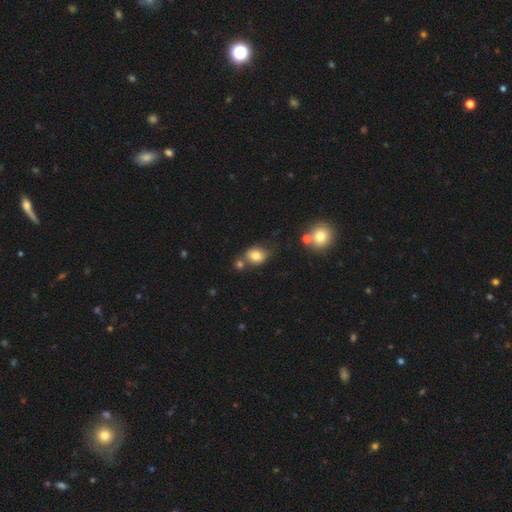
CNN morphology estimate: Smooth or featured?
  - smooth: 79% *
  - star or artifact: 11%
  - featured or disk: 10%
How rounded?
  - in between: 52% *
  - round: 47%
  - cigar-shaped: 1%
Merging?
  - none: 60% *
  - merger: 18%
  - minor disturbance: 17%
  - major disturbance: 5%